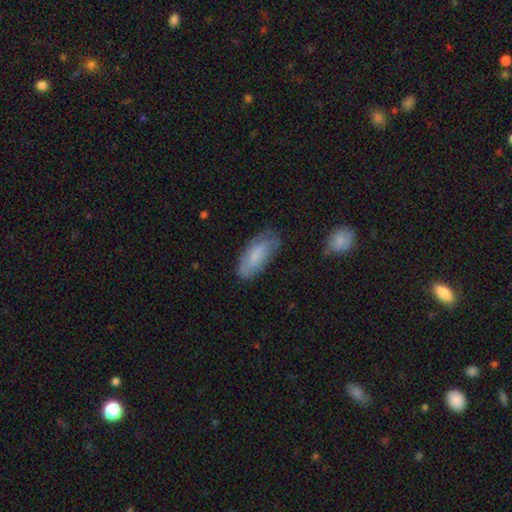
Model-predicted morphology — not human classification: Smooth or featured: smooth — 70% (featured or disk — 23%)
How rounded: in between — 82% (cigar-shaped — 16%)
Merging: none — 68% (minor disturbance — 24%)